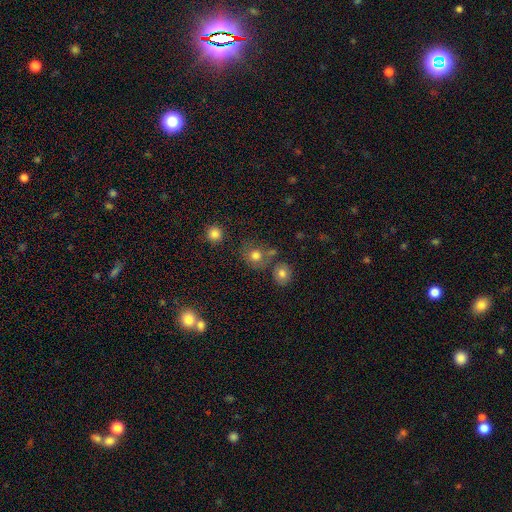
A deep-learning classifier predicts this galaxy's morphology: Smooth or featured? Predicted: smooth (p=0.77). How rounded? Predicted: round (p=0.83). Merging? Predicted: none (p=0.62).